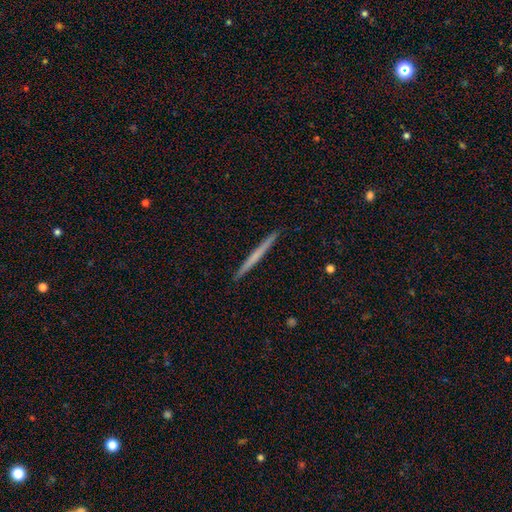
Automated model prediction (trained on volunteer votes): This is possibly a smooth galaxy (52%). How rounded: clearly cigar-shaped (97%). Merging: clearly none (93%).